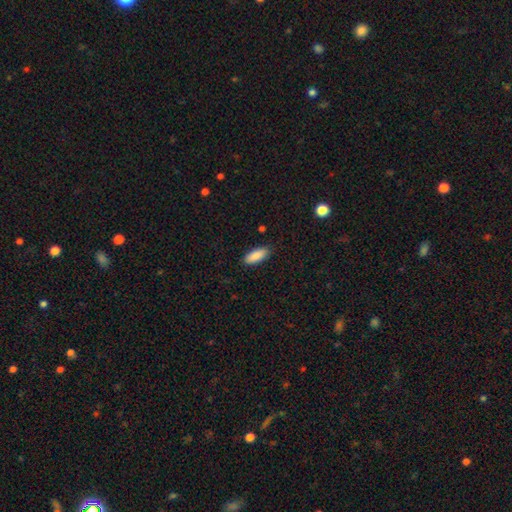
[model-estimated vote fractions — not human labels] smooth_or_featured: smooth (p=0.89) [alt: star or artifact p=0.06]
how_rounded: in between (p=0.75) [alt: cigar-shaped p=0.23]
merging: none (p=0.87) [alt: minor disturbance p=0.10]